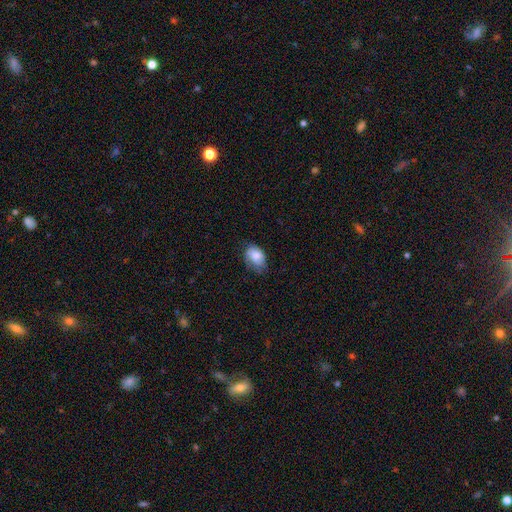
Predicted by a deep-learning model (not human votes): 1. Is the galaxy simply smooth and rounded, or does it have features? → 77% smooth, 16% featured or disk, 7% star or artifact.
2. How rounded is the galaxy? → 83% in between, 16% round, 1% cigar-shaped.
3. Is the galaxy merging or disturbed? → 55% none, 34% minor disturbance, 11% major disturbance, 1% merger.